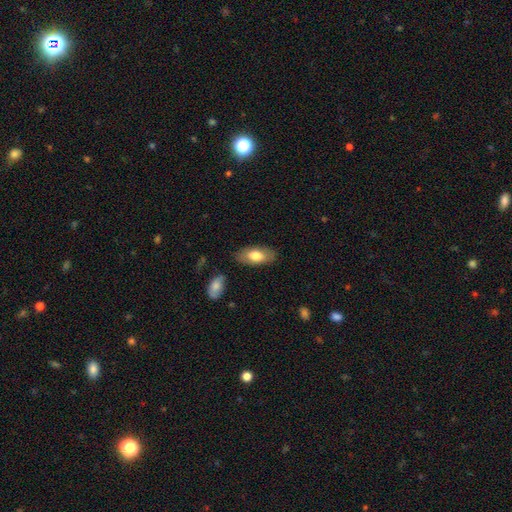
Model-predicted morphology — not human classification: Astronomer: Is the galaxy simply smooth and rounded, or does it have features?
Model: smooth — 74%.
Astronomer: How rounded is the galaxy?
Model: in between — 90%.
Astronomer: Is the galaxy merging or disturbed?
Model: none — 83%.